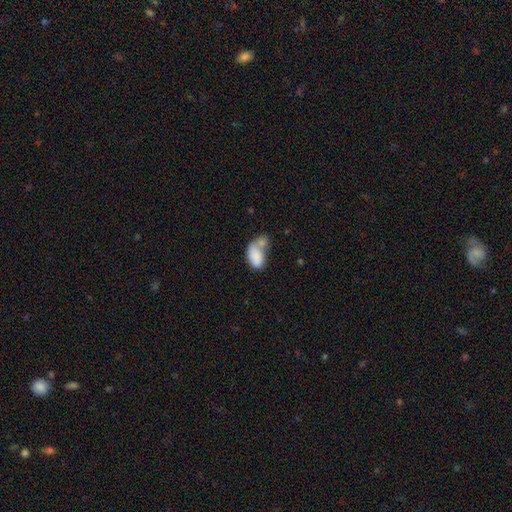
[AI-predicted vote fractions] Q: Smooth or featured?
A: smooth (80%); runner-up: featured or disk (13%)
Q: How rounded?
A: in between (92%); runner-up: round (6%)
Q: Merging?
A: merger (54%); runner-up: none (22%)